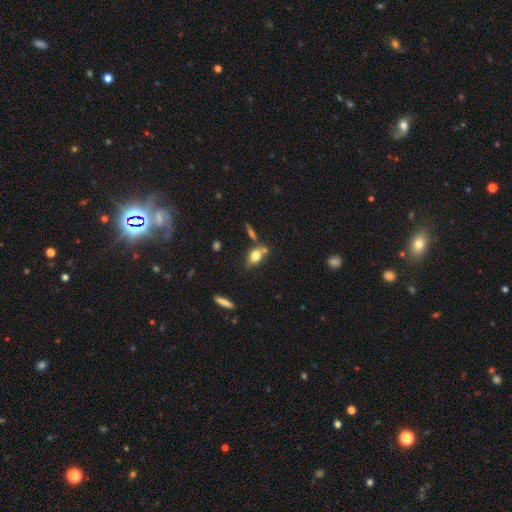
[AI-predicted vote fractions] Smooth or featured? Predicted: smooth (p=0.75). How rounded? Predicted: in between (p=0.79). Merging? Predicted: none (p=0.53).